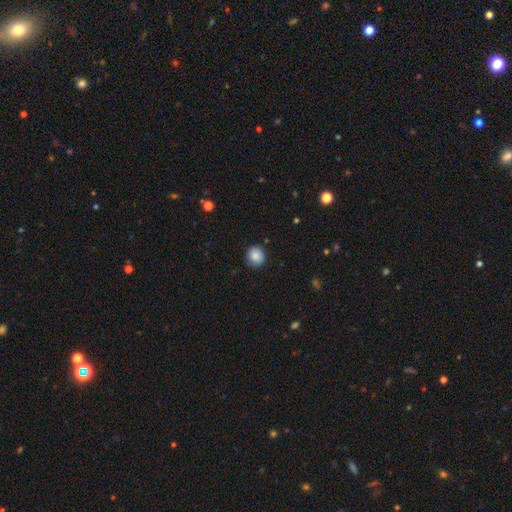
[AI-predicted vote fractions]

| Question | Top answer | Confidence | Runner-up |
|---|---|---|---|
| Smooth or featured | smooth | 86% | star or artifact (9%) |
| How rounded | round | 85% | in between (14%) |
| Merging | none | 87% | minor disturbance (10%) |